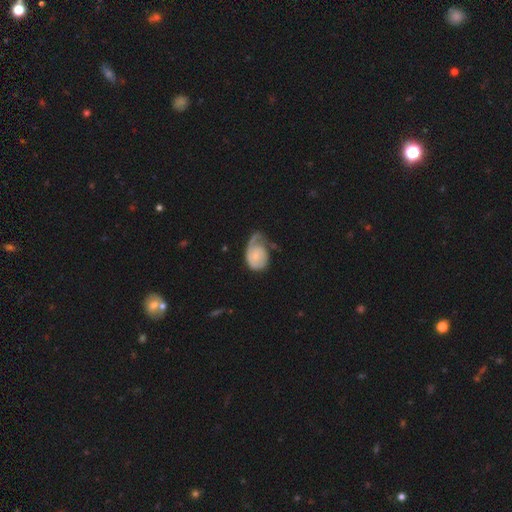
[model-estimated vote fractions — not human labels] Smooth or featured? Predicted: featured or disk (p=0.60). Edge-on disk? Predicted: no (p=0.97). Bar? Predicted: no (p=0.75). Spiral arms? Predicted: yes (p=0.84). Bulge size? Predicted: small (p=0.63). Merging? Predicted: major disturbance (p=0.41).